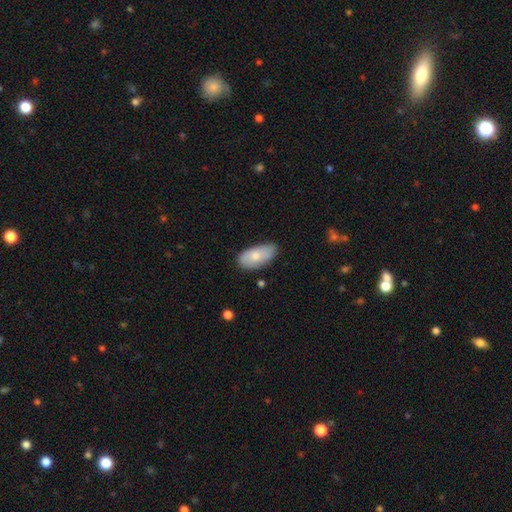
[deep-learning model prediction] The model was most divided on "merging": none: 69%, minor disturbance: 25%, major disturbance: 4%, merger: 2%. More confident: how rounded — in between (93%); smooth or featured — smooth (75%).